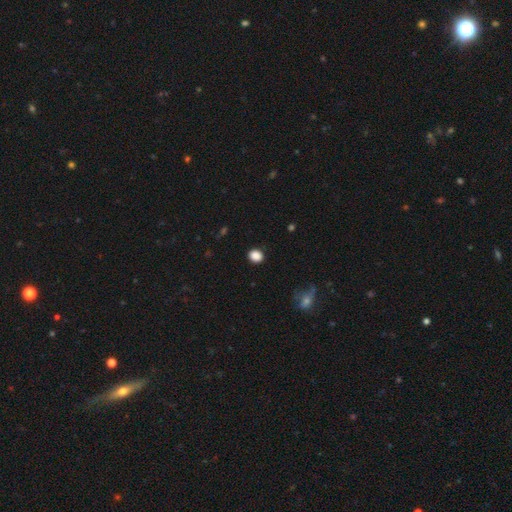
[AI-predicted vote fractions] A smooth galaxy with no disk features (87%) that is round (57%). Merging: none (88%).